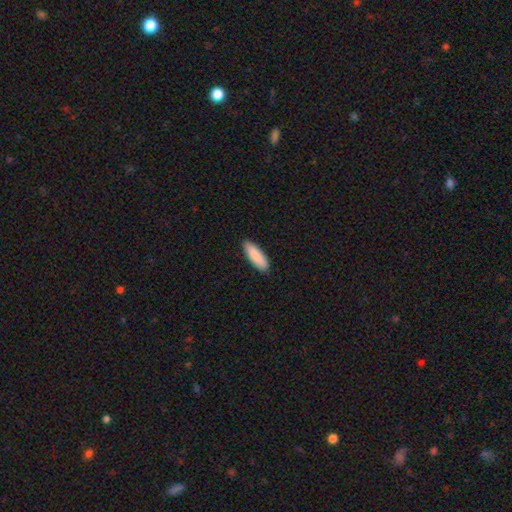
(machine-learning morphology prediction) Smooth or featured: smooth — 90% (star or artifact — 5%)
How rounded: in between — 55% (cigar-shaped — 44%)
Merging: none — 89% (minor disturbance — 9%)